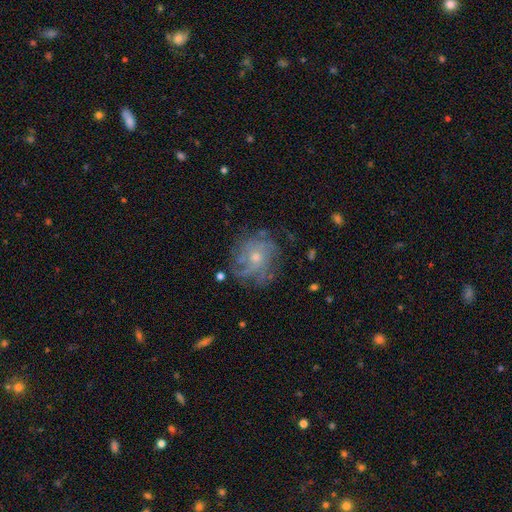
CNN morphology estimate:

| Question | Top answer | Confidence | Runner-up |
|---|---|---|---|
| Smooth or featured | featured or disk | 72% | smooth (17%) |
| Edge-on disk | no | 97% | yes (3%) |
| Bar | no | 82% | weak (16%) |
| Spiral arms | yes | 83% | no (17%) |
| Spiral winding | tight | 52% | medium (33%) |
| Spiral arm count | can't tell | 46% | 4 (15%) |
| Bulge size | small | 52% | moderate (43%) |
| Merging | none | 70% | minor disturbance (18%) |